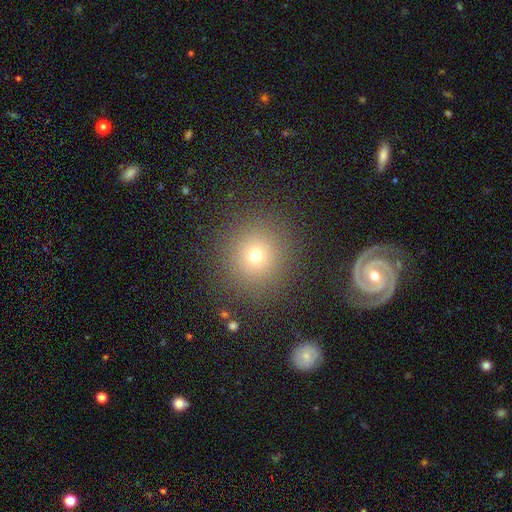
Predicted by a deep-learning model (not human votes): This is likely a smooth galaxy (69%). How rounded: clearly round (93%). Merging: clearly none (88%).